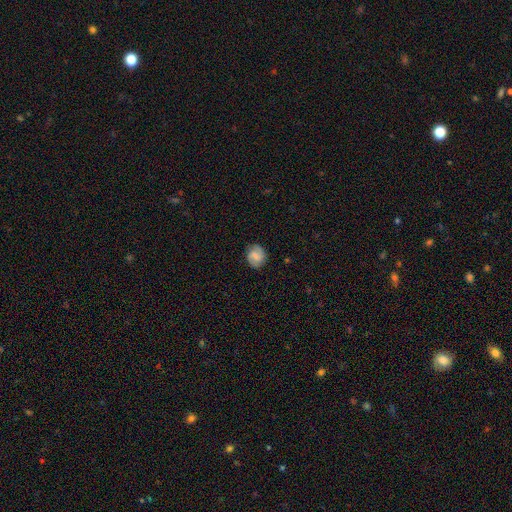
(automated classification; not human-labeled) smooth-or-featured: featured or disk: 53% | smooth: 39% | star or artifact: 8%
  disk-edge-on: no: 97% | yes: 3%
    bar: weak: 52% | no: 31% | strong: 17%
    has-spiral-arms: yes: 91% | no: 9%
    bulge-size: small: 38% | none: 30% | moderate: 25% | large: 5% | dominant: 1%
  merging: none: 82% | minor disturbance: 13% | major disturbance: 4% | merger: 1%